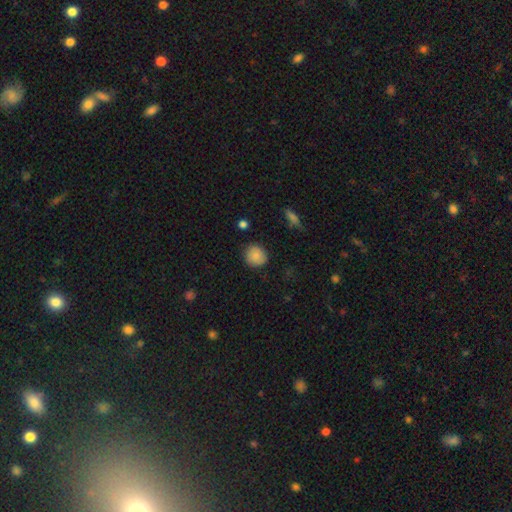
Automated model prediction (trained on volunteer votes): Smooth or featured? smooth (86%)
How rounded? round (84%)
Merging? none (84%)